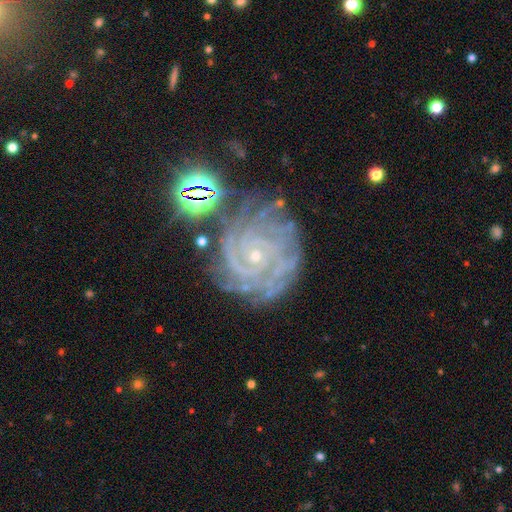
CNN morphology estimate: A featured or disk galaxy (88%) with no bar (74%), 4 (22%) tight (82%) spiral arms (98%) and a small central bulge (84%). Merging: none (66%).